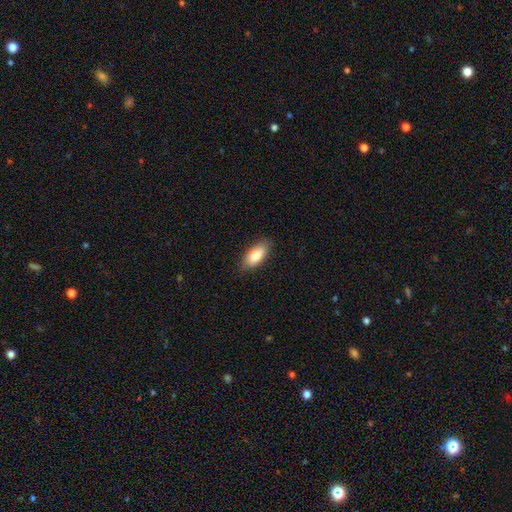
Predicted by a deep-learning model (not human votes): Smooth or featured? smooth (81%)
How rounded? in between (87%)
Merging? none (86%)